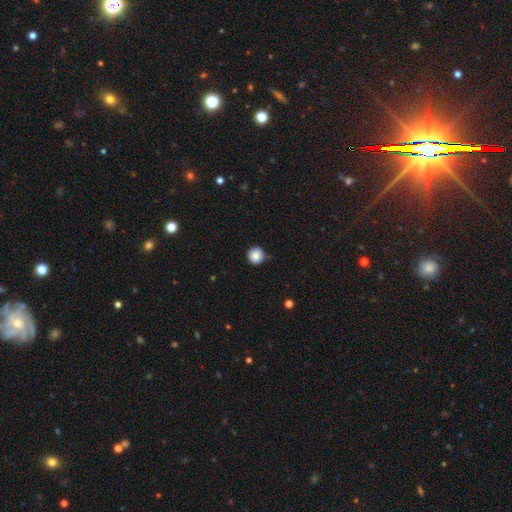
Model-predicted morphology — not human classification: A smooth galaxy with no disk features (85%) that is round (95%). Merging: none (83%).